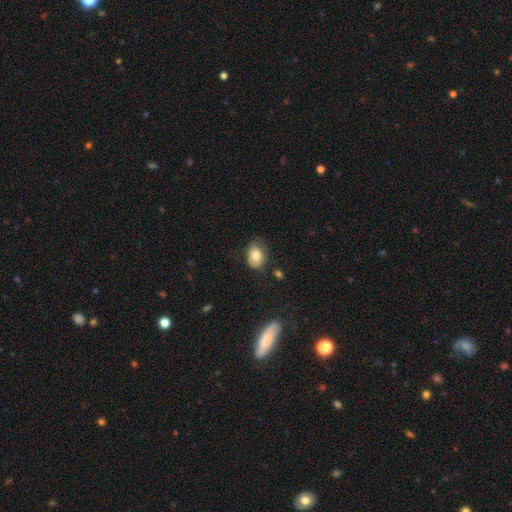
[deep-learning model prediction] A smooth galaxy with no disk features (79%) that is in between round and cigar-shaped (73%).

Vote fractions:
- Smooth or featured? smooth: 79% / featured or disk: 12% / star or artifact: 9%
- How rounded? in between: 73% / round: 26% / cigar-shaped: 1%
- Merging? none: 69% / minor disturbance: 23% / major disturbance: 6% / merger: 2%